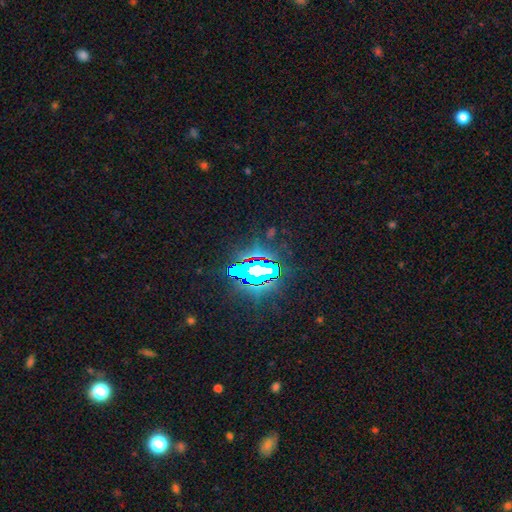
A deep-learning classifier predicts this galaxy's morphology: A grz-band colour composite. It shows a star or artifact, not a galaxy (83%).